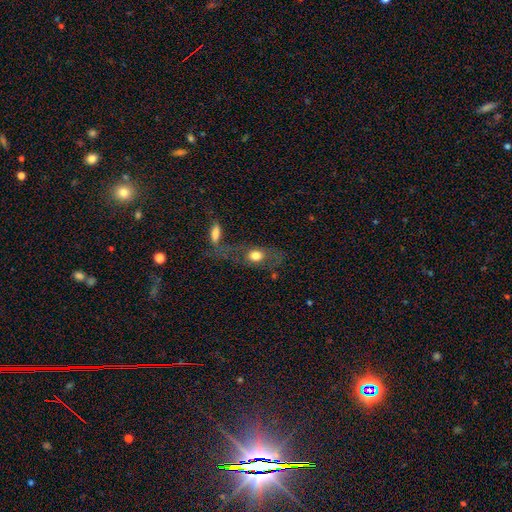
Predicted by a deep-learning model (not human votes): Overall: smooth (64%; featured or disk 26%). How rounded: in between (63%; round 31%). Merging: none (44%; major disturbance 20%).